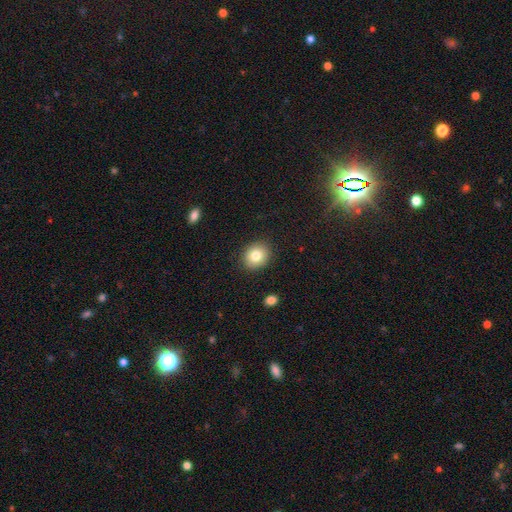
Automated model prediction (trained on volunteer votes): Smooth or featured? smooth (81%)
How rounded? round (68%)
Merging? none (89%)